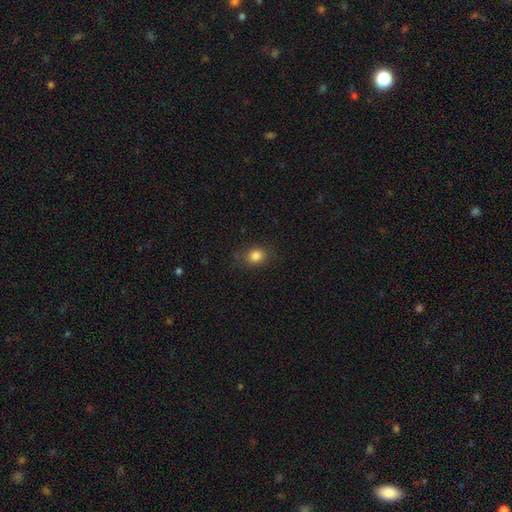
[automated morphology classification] Smooth or featured: smooth — 83% (star or artifact — 11%)
How rounded: round — 60% (in between — 39%)
Merging: none — 82% (minor disturbance — 13%)